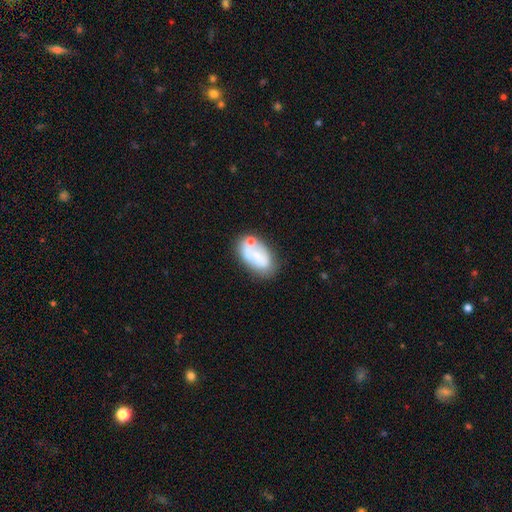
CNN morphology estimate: Smooth or featured: smooth — 59% (featured or disk — 33%)
How rounded: in between — 92% (round — 6%)
Merging: none — 47% (minor disturbance — 24%)